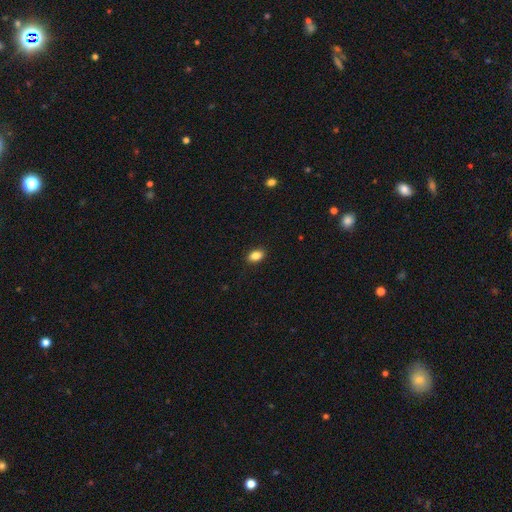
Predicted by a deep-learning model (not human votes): Smooth or featured?
  - smooth: 87% *
  - star or artifact: 8%
  - featured or disk: 5%
How rounded?
  - in between: 86% *
  - round: 12%
  - cigar-shaped: 2%
Merging?
  - none: 90% *
  - minor disturbance: 7%
  - major disturbance: 2%
  - merger: 1%